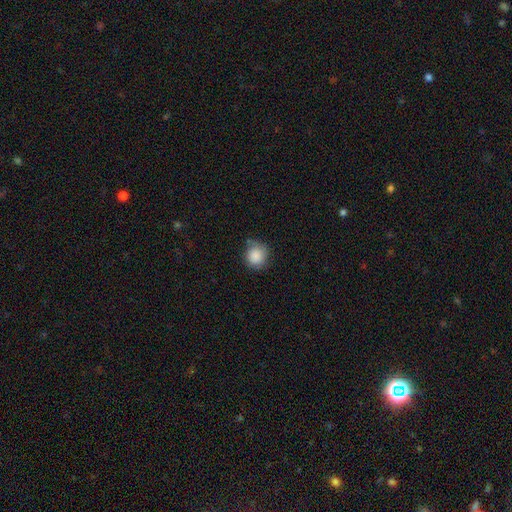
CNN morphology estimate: smooth-or-featured: smooth: 88% | star or artifact: 8% | featured or disk: 4%
  how-rounded: round: 88% | in between: 12% | cigar-shaped: 1%
  merging: none: 73% | minor disturbance: 20% | major disturbance: 4% | merger: 3%